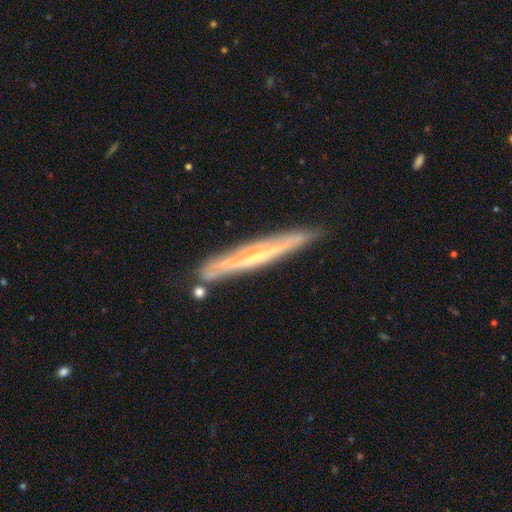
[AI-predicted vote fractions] Smooth or featured: featured or disk — 66% (smooth — 27%)
Edge-on disk: yes — 88% (no — 12%)
Edge-on bulge: none — 61% (rounded — 33%)
Merging: none — 80% (minor disturbance — 14%)